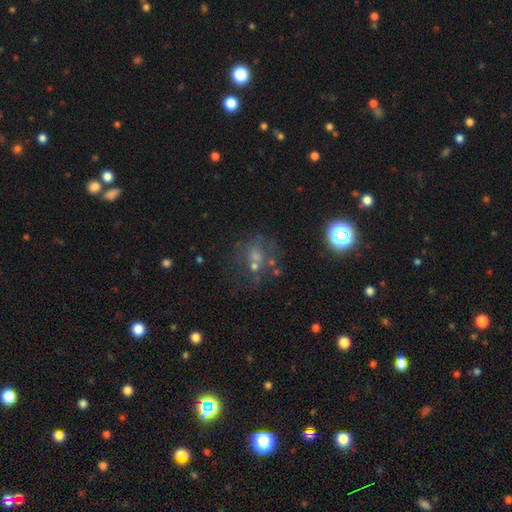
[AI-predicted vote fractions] Smooth or featured: smooth — 35% (star or artifact — 32%)
Merging: none — 50% (major disturbance — 19%)